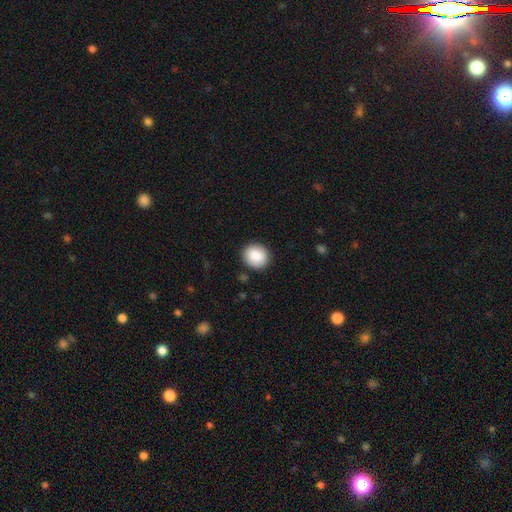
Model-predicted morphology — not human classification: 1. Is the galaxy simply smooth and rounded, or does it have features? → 87% smooth, 7% star or artifact, 6% featured or disk.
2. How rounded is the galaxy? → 85% round, 14% in between, 1% cigar-shaped.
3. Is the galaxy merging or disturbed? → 89% none, 7% minor disturbance, 2% major disturbance, 1% merger.